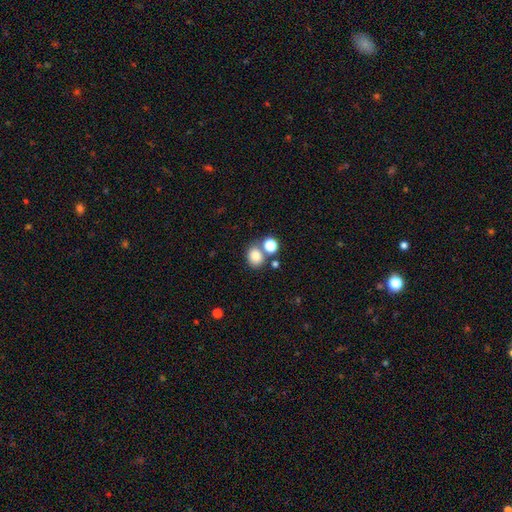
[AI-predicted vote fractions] This appears to be a smooth galaxy with no disk features (81%) that is round (60%). Merging: none (60%).